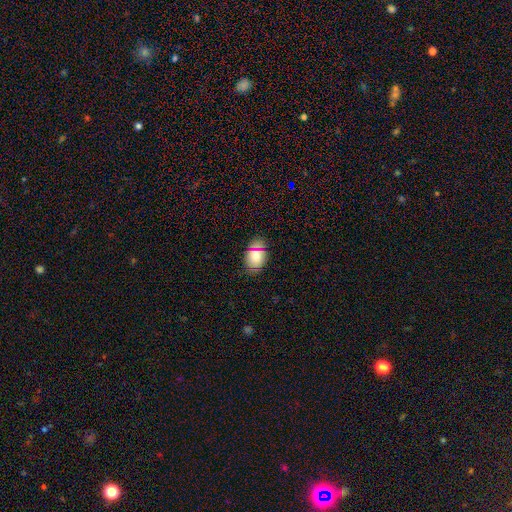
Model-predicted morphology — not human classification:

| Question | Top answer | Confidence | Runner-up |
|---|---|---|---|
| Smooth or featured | smooth | 72% | featured or disk (15%) |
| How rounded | in between | 80% | round (19%) |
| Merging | none | 78% | minor disturbance (17%) |